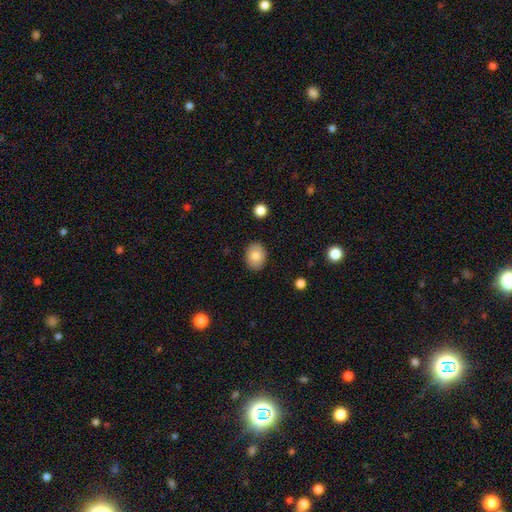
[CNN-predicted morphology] smooth 85%, star or artifact 8%, featured or disk 7%. Down the decision tree: how rounded — in between (57%); merging — none (88%).